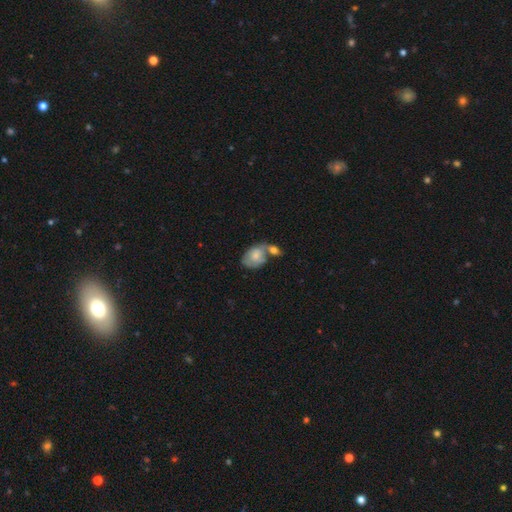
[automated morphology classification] Smooth or featured? Predicted: smooth (p=0.67). How rounded? Predicted: in between (p=0.79). Merging? Predicted: merger (p=0.49).